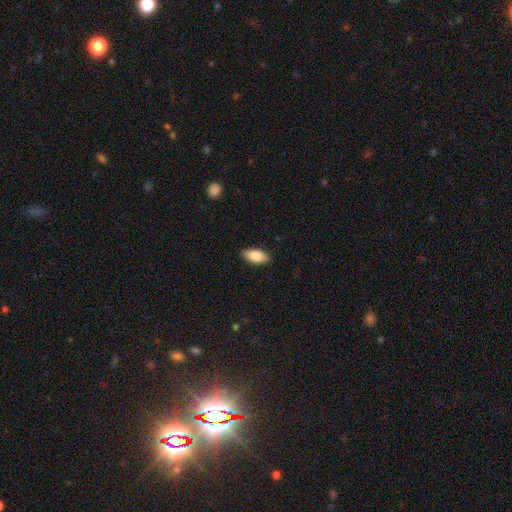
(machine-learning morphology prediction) The model was most divided on "smooth or featured": smooth: 85%, featured or disk: 9%, star or artifact: 6%. More confident: how rounded — in between (92%); merging — none (88%).